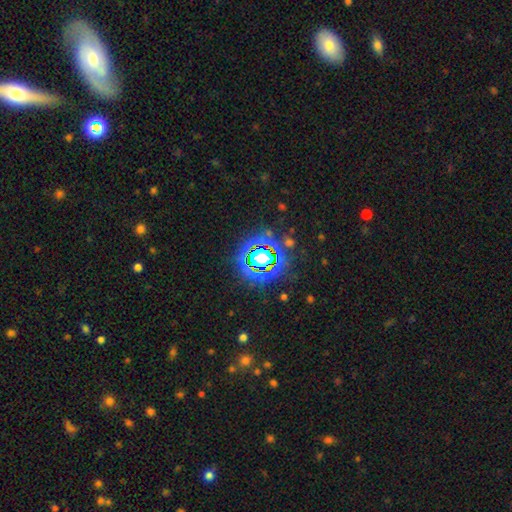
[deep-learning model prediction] Morphology: type=star or artifact (74%).